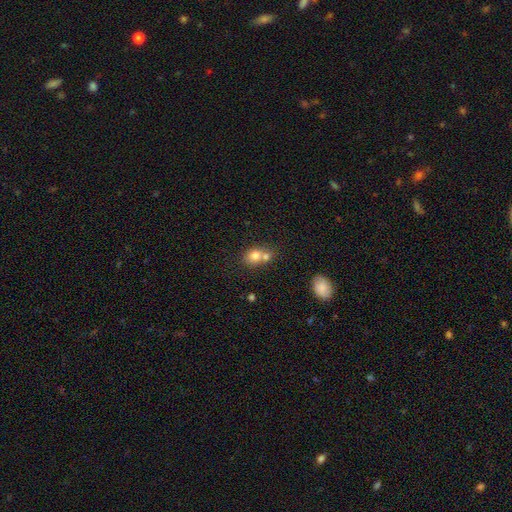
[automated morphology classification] type=smooth (74%); roundness=round (61%); merging=merger (57%).